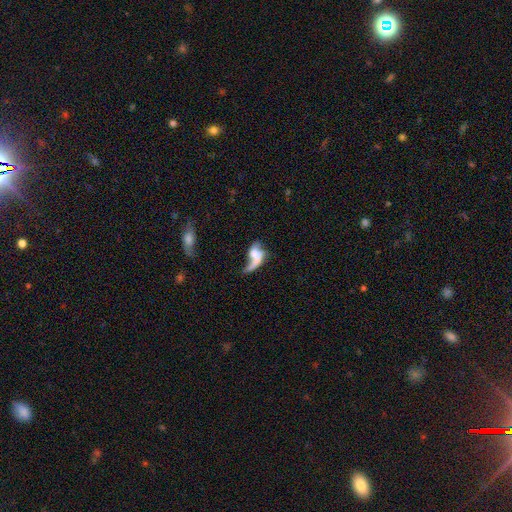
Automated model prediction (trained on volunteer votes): featured or disk 57%, smooth 33%, star or artifact 10%. Down the decision tree: edge-on disk — no (92%); bar — no (71%); spiral arms — yes (61%); bulge size — none (38%); merging — merger (34%).